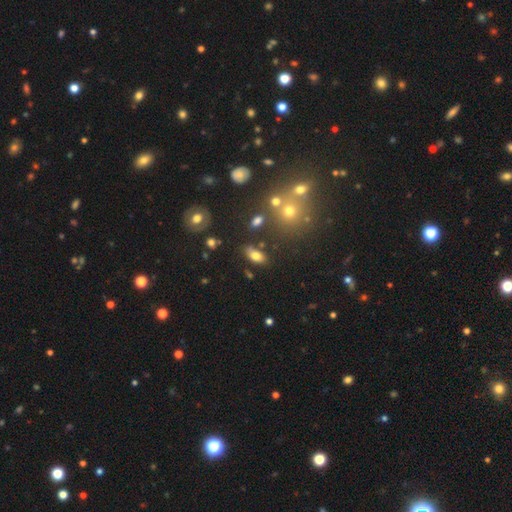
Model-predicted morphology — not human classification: This is likely a smooth galaxy (75%). How rounded: clearly in between (89%). Merging: likely none (76%).